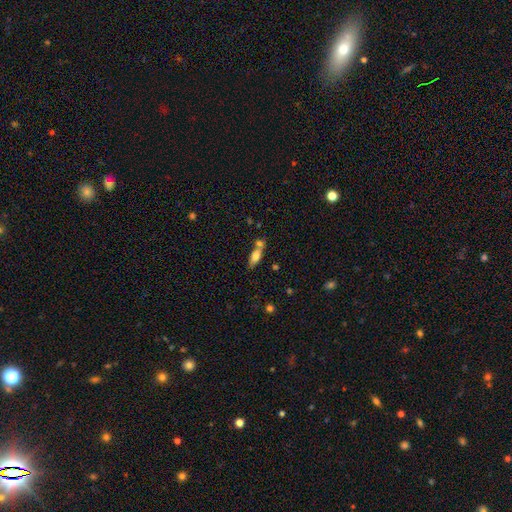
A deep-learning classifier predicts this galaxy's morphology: The model was most divided on "merging": none: 43%, merger: 39%, minor disturbance: 13%, major disturbance: 5%. More confident: smooth or featured — smooth (71%); how rounded — in between (67%).